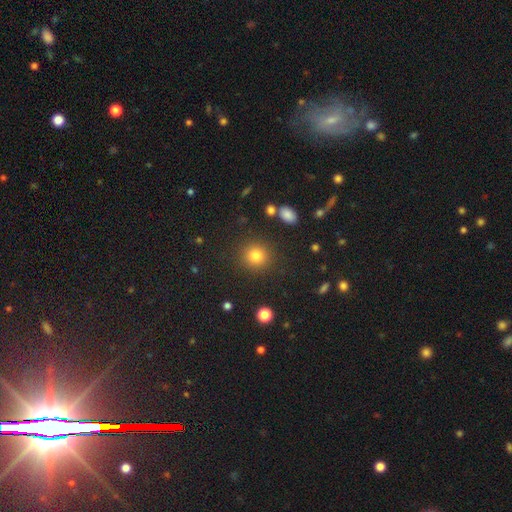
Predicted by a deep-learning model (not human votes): Q: Smooth or featured?
A: smooth (81%); runner-up: star or artifact (13%)
Q: How rounded?
A: round (90%); runner-up: in between (9%)
Q: Merging?
A: none (88%); runner-up: minor disturbance (6%)